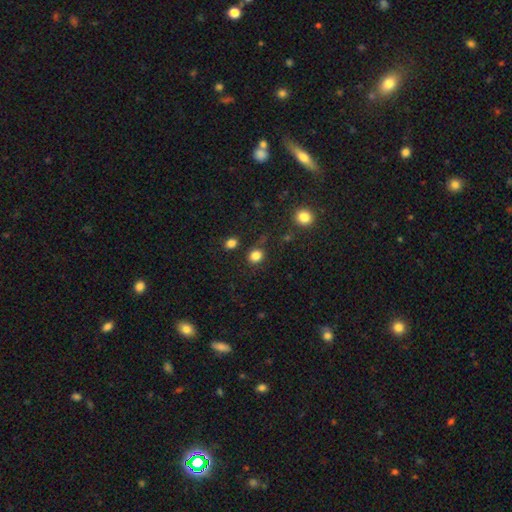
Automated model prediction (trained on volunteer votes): A smooth galaxy with no disk features (83%) that is round (71%).

Vote fractions:
- Smooth or featured? smooth: 83% / star or artifact: 12% / featured or disk: 4%
- How rounded? round: 71% / in between: 28% / cigar-shaped: 1%
- Merging? none: 78% / minor disturbance: 12% / merger: 5% / major disturbance: 4%